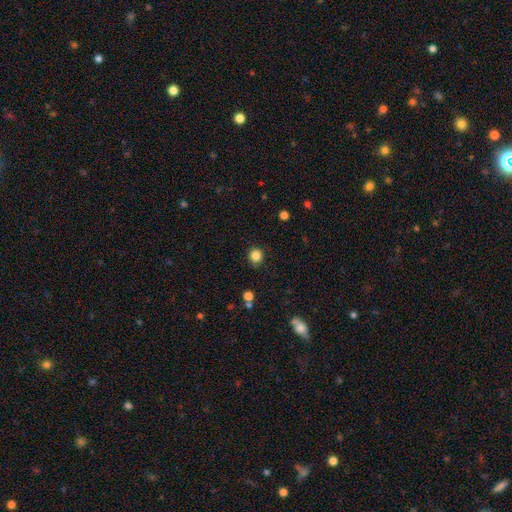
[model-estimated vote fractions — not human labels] A smooth galaxy with no disk features (84%) that is round (90%). Merging: none (88%).